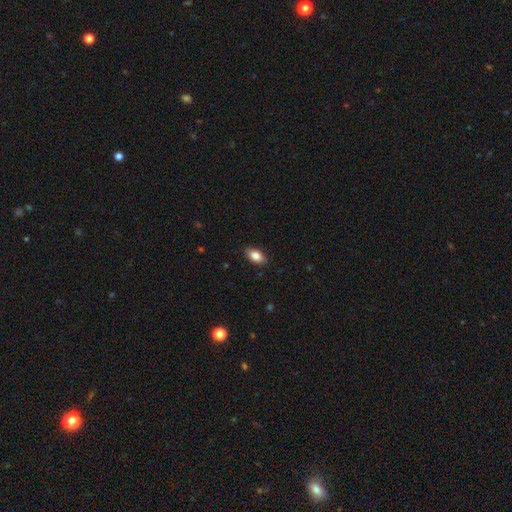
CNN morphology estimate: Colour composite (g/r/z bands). It shows a smooth galaxy with no disk features (83%) that is in between round and cigar-shaped (90%). Merging: none (88%).